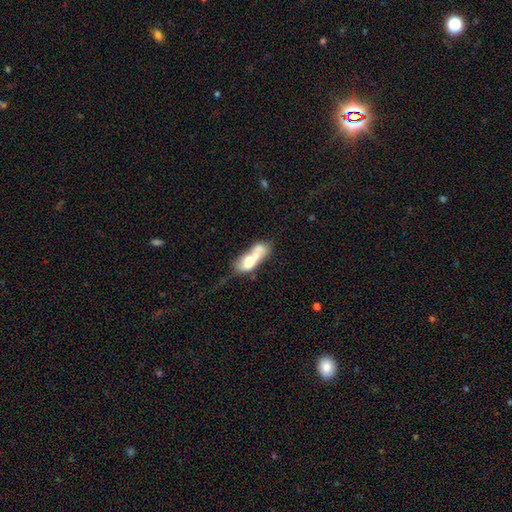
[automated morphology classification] This appears to be a smooth galaxy with no disk features (56%) that is in between round and cigar-shaped (72%). Merging: merger (62%).